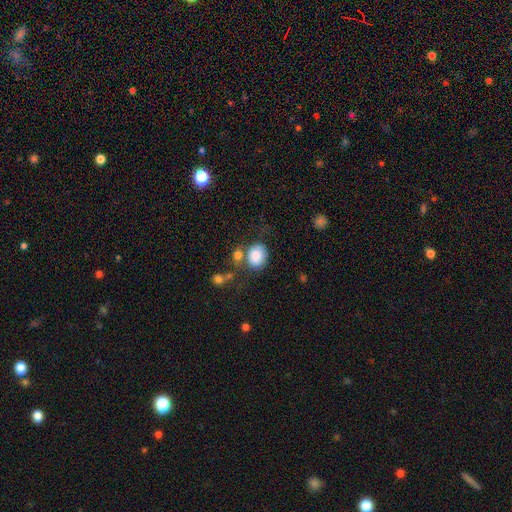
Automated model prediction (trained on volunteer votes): This is clearly a smooth galaxy (84%). How rounded: likely round (64%). Merging: possibly none (58%).